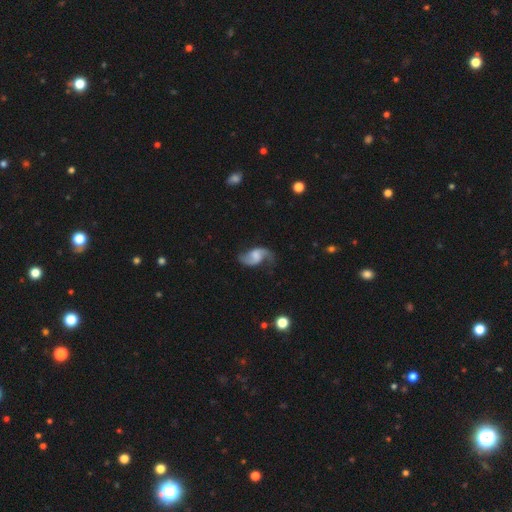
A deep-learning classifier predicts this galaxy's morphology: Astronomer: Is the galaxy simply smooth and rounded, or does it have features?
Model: featured or disk — 78%.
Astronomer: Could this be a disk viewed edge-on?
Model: no — 97%.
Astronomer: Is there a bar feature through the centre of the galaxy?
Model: weak — 46% (runner-up: no, 41%).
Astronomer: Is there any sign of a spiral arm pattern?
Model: yes — 94%.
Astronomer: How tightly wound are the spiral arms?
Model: loose — 68%.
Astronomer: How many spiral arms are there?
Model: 2 — 89%.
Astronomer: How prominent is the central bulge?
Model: none — 38% (runner-up: small, 27%).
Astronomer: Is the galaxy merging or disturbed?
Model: none — 64%.